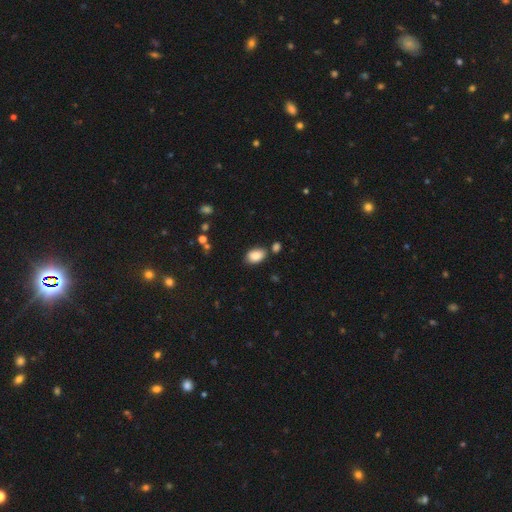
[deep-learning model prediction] smooth_or_featured: smooth (p=0.87) [alt: star or artifact p=0.08]
how_rounded: in between (p=0.87) [alt: round p=0.11]
merging: none (p=0.77) [alt: minor disturbance p=0.12]